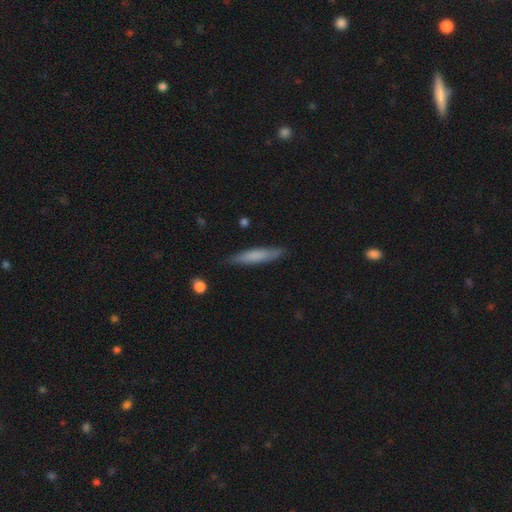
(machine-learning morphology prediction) type=smooth (72%); roundness=cigar-shaped (88%); merging=none (86%).